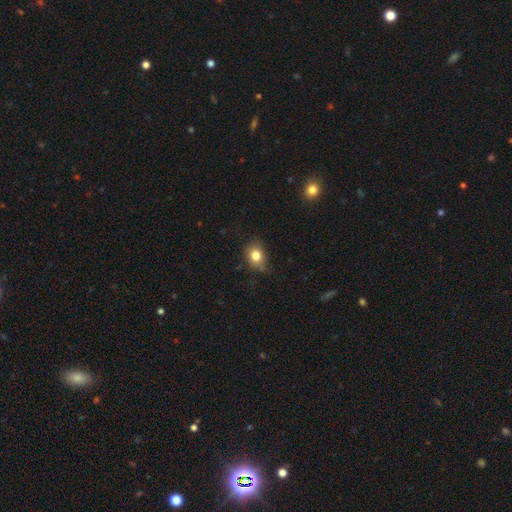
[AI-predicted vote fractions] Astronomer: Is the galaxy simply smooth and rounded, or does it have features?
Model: smooth — 80%.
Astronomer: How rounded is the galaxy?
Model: in between — 53% (runner-up: round, 46%).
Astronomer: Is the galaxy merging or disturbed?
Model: none — 71%.